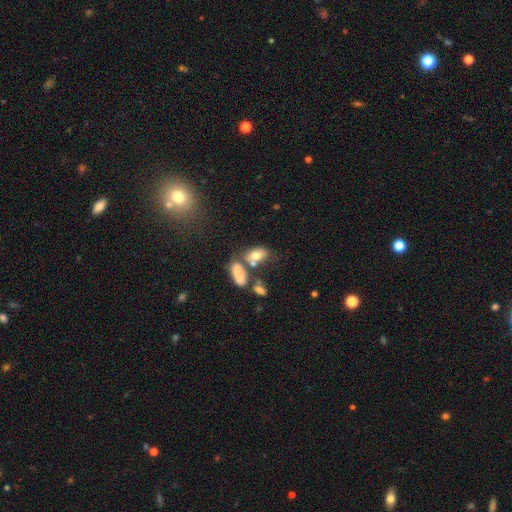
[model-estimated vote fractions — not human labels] Overall: smooth (72%). How rounded: in between (85%). Merging: none (43%; merger 33%).